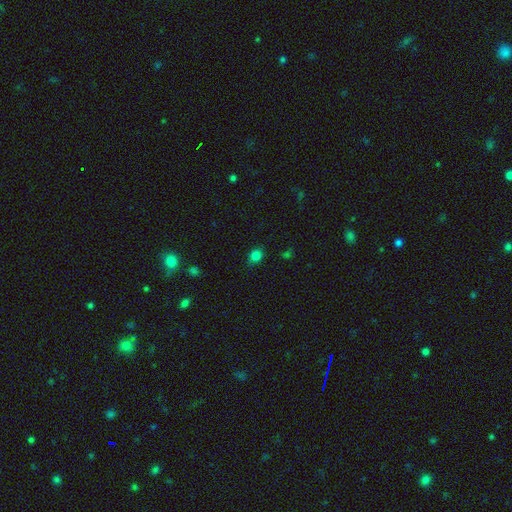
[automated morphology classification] A smooth galaxy with no disk features (80%) that is round (50%).

Vote fractions:
- Smooth or featured? smooth: 80% / star or artifact: 15% / featured or disk: 4%
- How rounded? round: 50% / in between: 48% / cigar-shaped: 1%
- Merging? none: 80% / minor disturbance: 16% / major disturbance: 3% / merger: 1%